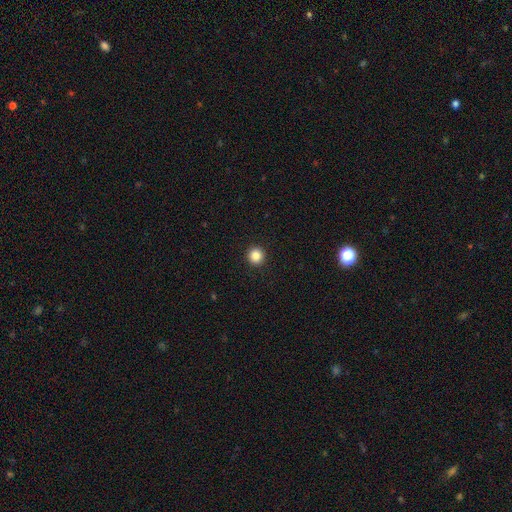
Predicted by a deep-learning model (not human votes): Smooth or featured? smooth (86%)
How rounded? round (96%)
Merging? none (94%)